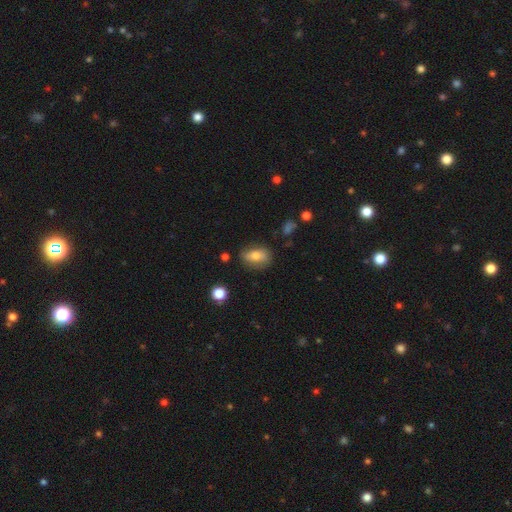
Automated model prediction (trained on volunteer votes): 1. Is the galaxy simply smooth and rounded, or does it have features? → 65% smooth, 26% featured or disk, 9% star or artifact.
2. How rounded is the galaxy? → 78% in between, 17% round, 5% cigar-shaped.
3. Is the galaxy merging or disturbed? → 72% none, 20% minor disturbance, 6% major disturbance, 2% merger.